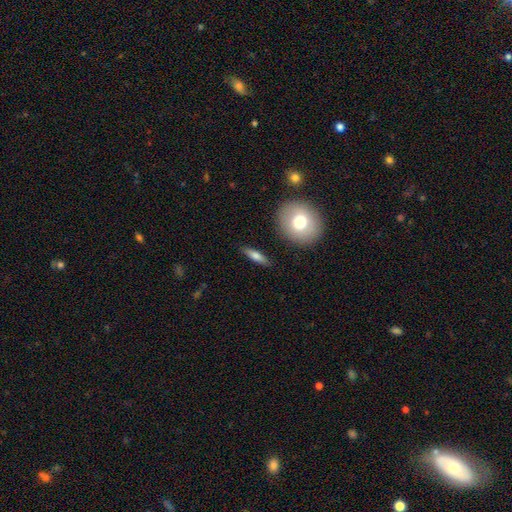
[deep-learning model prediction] Morphology: type=smooth (64%); roundness=cigar-shaped (61%); merging=none (88%).